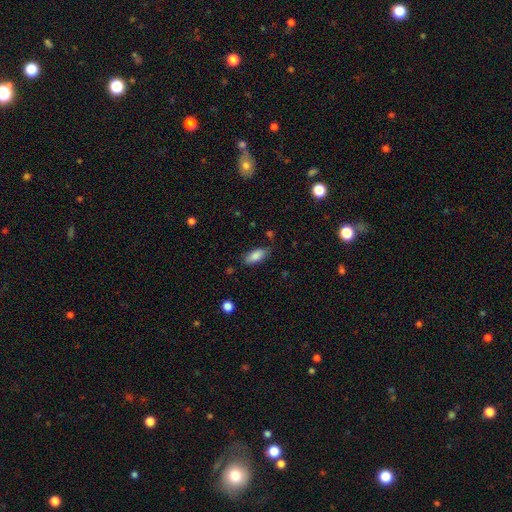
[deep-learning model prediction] Overall: smooth (84%). How rounded: in between (83%). Merging: none (78%).